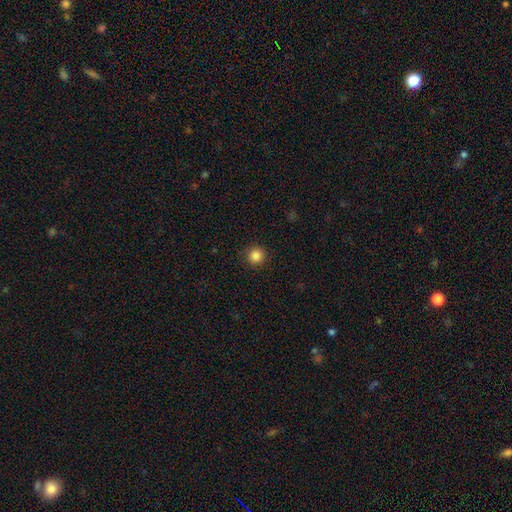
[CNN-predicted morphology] smooth 86%, star or artifact 11%, featured or disk 3%. Down the decision tree: how rounded — round (95%); merging — none (92%).